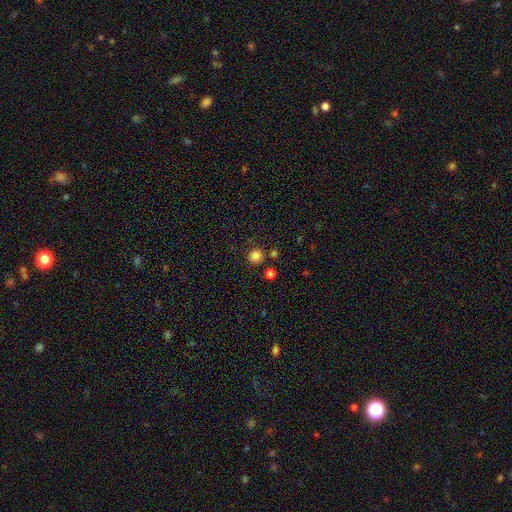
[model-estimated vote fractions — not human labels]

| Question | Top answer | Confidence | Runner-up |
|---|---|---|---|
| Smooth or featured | smooth | 83% | star or artifact (13%) |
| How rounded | round | 93% | in between (6%) |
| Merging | none | 83% | minor disturbance (8%) |